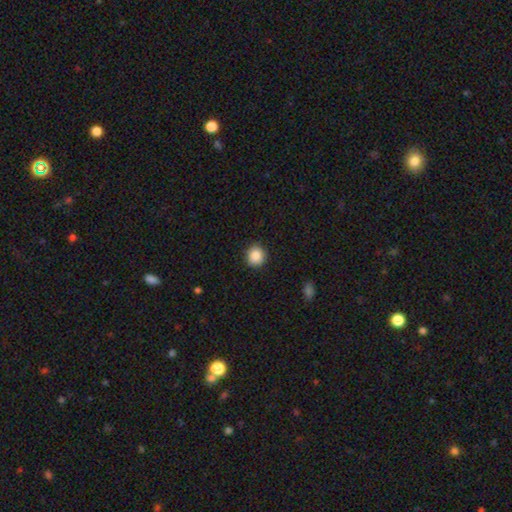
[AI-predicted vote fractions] Overall: smooth (87%). How rounded: round (86%). Merging: none (90%).